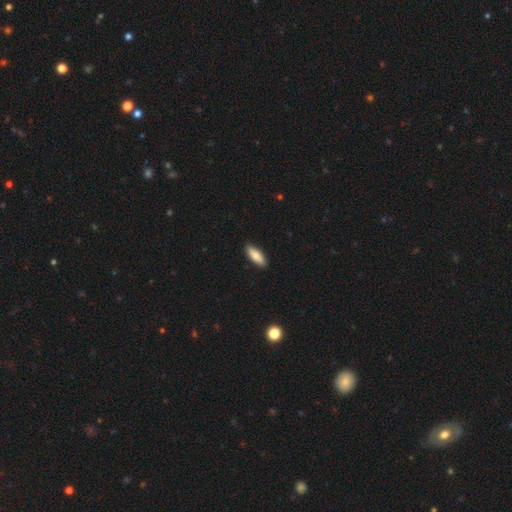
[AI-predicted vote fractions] This appears to be a smooth galaxy with no disk features (80%) that is in between round and cigar-shaped (70%). Merging: none (90%).